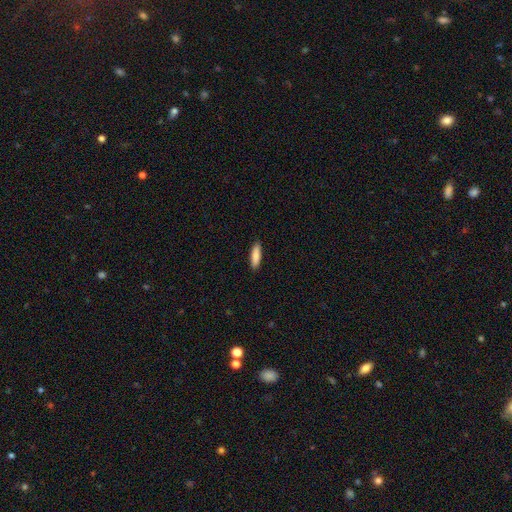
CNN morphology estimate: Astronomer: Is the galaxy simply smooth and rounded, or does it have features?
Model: smooth — 85%.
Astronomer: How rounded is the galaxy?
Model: cigar-shaped — 61% (runner-up: in between, 38%).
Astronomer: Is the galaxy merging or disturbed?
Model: none — 90%.